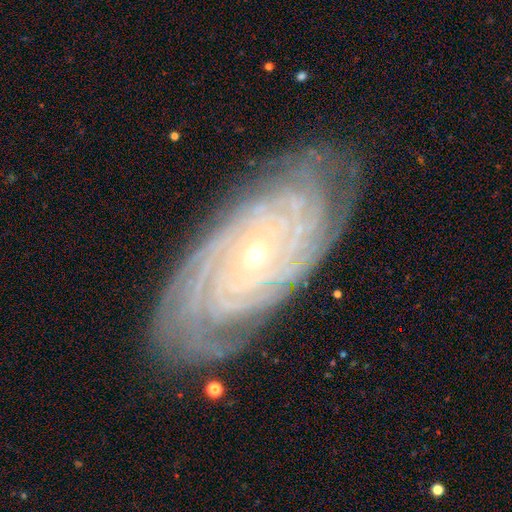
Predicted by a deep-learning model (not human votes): Smooth or featured? Predicted: featured or disk (p=0.89). Edge-on disk? Predicted: no (p=0.94). Bar? Predicted: no (p=0.74). Spiral arms? Predicted: yes (p=0.98). Spiral winding? Predicted: tight (p=0.87). Spiral arm count? Predicted: more than 4 (p=0.31). Bulge size? Predicted: small (p=0.79). Merging? Predicted: none (p=0.83).